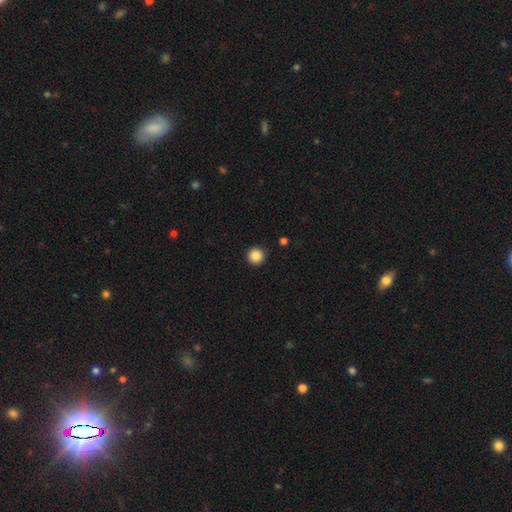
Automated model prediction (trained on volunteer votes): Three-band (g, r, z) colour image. It shows a smooth galaxy with no disk features (87%) that is round (96%). Merging: none (93%).